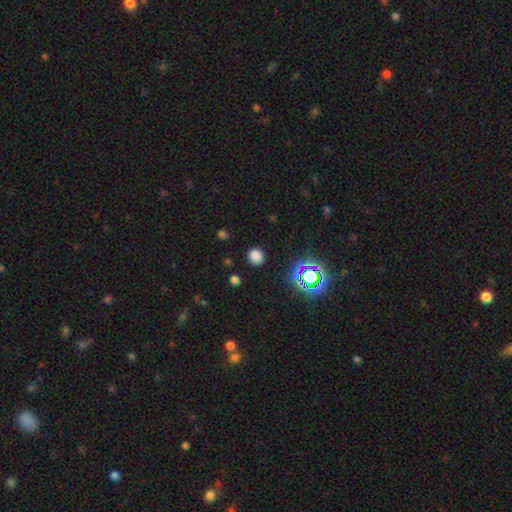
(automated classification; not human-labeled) Smooth or featured? smooth (75%)
How rounded? round (86%)
Merging? none (88%)